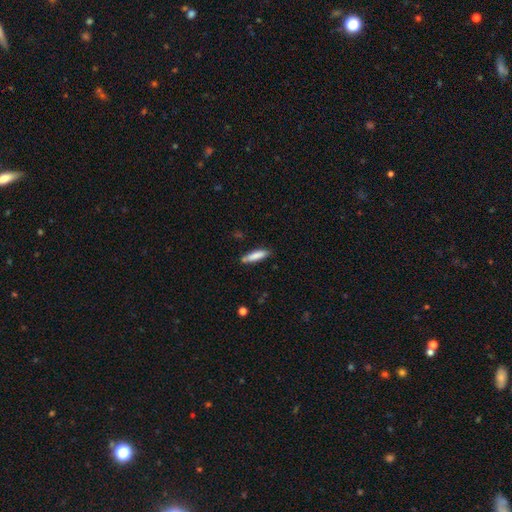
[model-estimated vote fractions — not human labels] A smooth galaxy with no disk features (82%) that is cigar-shaped (75%).

Vote fractions:
- Smooth or featured? smooth: 82% / featured or disk: 12% / star or artifact: 6%
- How rounded? cigar-shaped: 75% / in between: 23% / round: 1%
- Merging? none: 78% / minor disturbance: 15% / merger: 4% / major disturbance: 3%